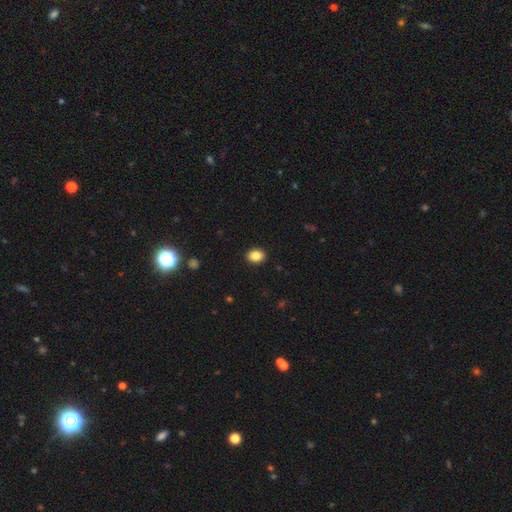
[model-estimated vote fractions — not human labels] Smooth or featured? smooth (86%)
How rounded? in between (56%)
Merging? none (91%)